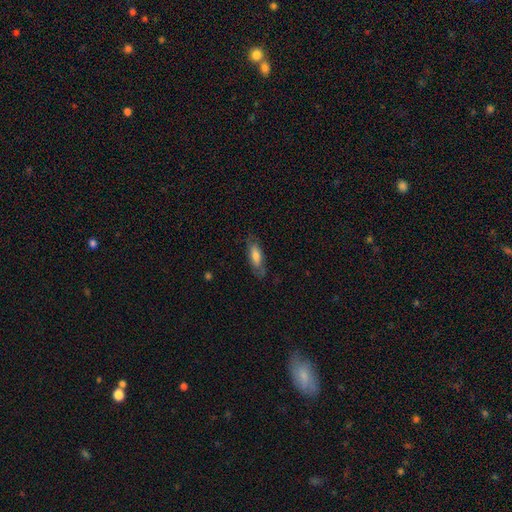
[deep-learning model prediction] smooth-or-featured: smooth: 65% | featured or disk: 28% | star or artifact: 7%
  how-rounded: in between: 59% | cigar-shaped: 39% | round: 2%
  merging: none: 71% | minor disturbance: 20% | major disturbance: 7% | merger: 1%